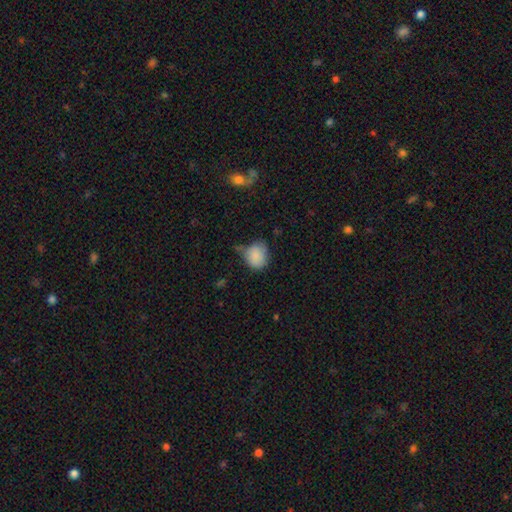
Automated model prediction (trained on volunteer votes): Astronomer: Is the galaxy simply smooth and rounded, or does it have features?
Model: smooth — 84%.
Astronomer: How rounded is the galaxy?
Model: round — 62%.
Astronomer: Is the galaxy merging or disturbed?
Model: none — 44% (runner-up: minor disturbance, 38%).